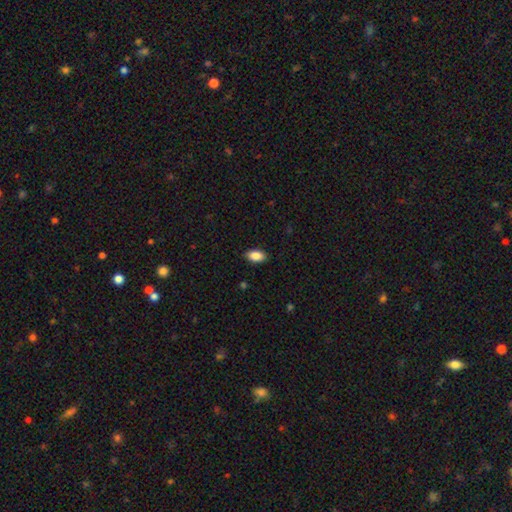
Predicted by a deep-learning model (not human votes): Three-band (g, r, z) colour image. It shows a smooth galaxy with no disk features (88%) that is in between round and cigar-shaped (93%). Merging: none (87%).